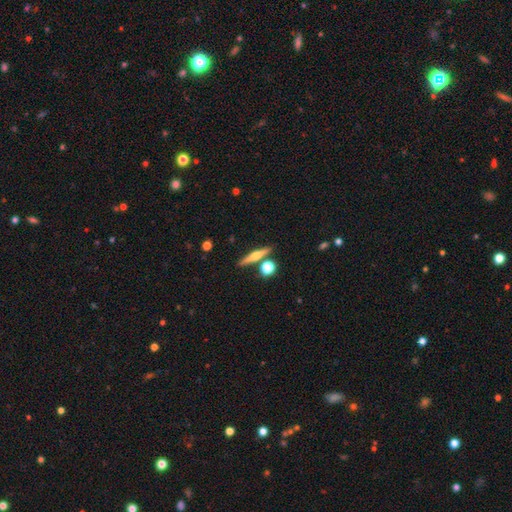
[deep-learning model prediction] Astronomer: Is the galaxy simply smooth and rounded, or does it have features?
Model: featured or disk — 58% (runner-up: smooth, 34%).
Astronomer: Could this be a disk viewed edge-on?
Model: yes — 96%.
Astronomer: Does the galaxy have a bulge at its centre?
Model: rounded — 90%.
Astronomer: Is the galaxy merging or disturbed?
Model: none — 81%.